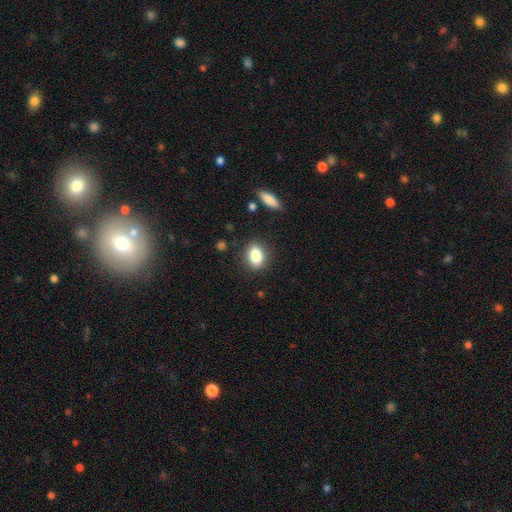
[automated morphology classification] Q: Smooth or featured?
A: smooth (83%); runner-up: star or artifact (9%)
Q: How rounded?
A: in between (70%); runner-up: round (28%)
Q: Merging?
A: none (86%); runner-up: minor disturbance (10%)